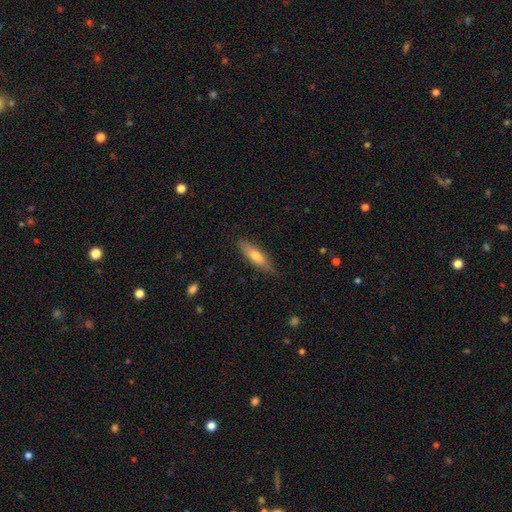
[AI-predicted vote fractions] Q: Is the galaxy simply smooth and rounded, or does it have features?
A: smooth — 68%.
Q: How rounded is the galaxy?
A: cigar-shaped — 62%.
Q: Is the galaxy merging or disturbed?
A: none — 80%.